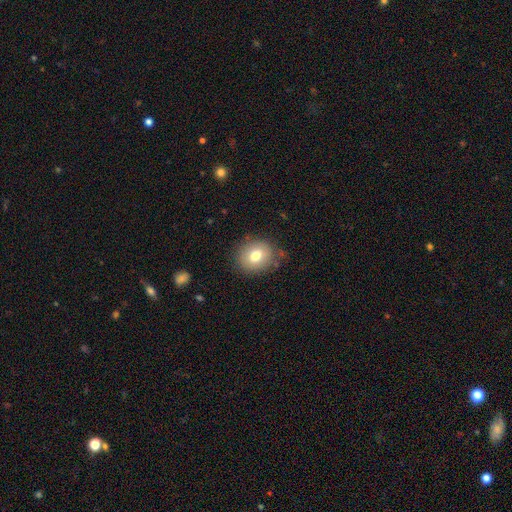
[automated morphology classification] smooth_or_featured: smooth (p=0.75) [alt: featured or disk p=0.16]
how_rounded: round (p=0.62) [alt: in between p=0.37]
merging: none (p=0.81) [alt: minor disturbance p=0.14]